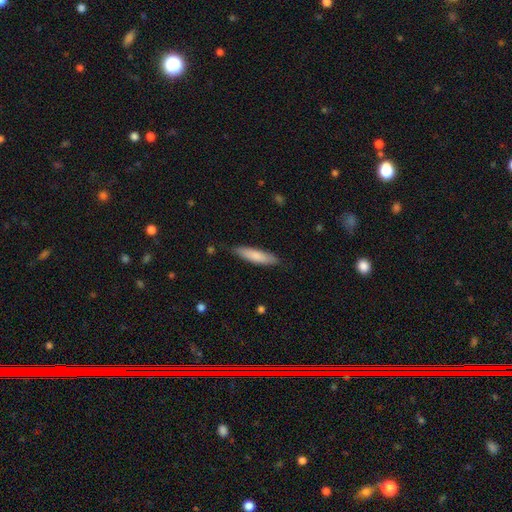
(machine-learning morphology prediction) Overall: smooth (79%). How rounded: cigar-shaped (78%). Merging: none (83%).